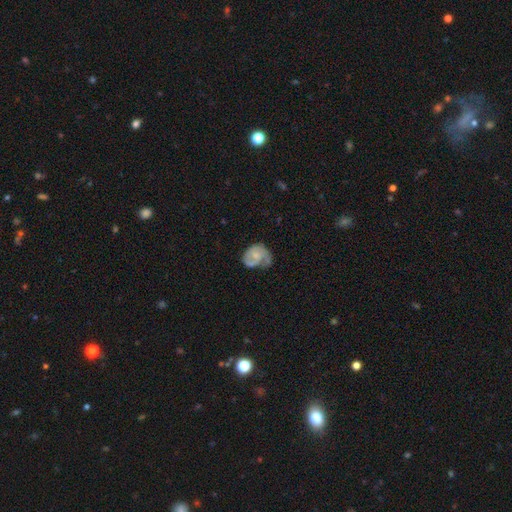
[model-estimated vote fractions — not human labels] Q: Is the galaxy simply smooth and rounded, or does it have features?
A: featured or disk — 58%.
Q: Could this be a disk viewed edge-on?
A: no — 98%.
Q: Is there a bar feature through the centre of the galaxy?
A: no — 71%.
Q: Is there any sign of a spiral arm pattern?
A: yes — 80%.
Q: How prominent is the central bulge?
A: small — 51%.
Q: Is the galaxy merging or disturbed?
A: none — 37%.